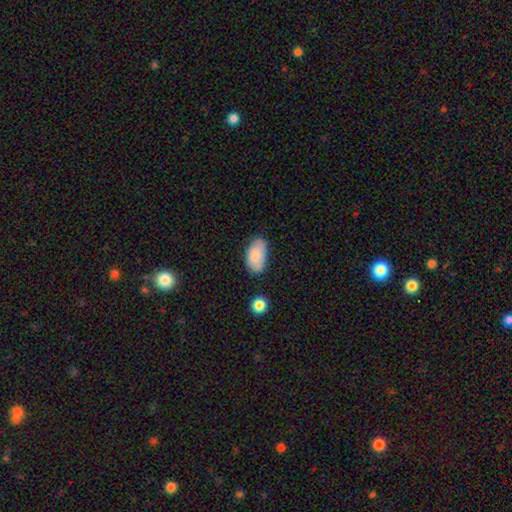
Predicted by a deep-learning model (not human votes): This appears to be a smooth galaxy with no disk features (87%) that is in between round and cigar-shaped (94%). Merging: none (71%).